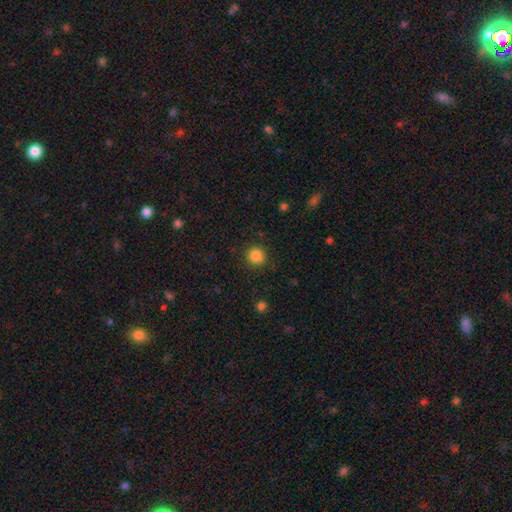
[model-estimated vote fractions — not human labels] Smooth or featured: smooth — 85% (star or artifact — 11%)
How rounded: round — 93% (in between — 6%)
Merging: none — 90% (minor disturbance — 7%)